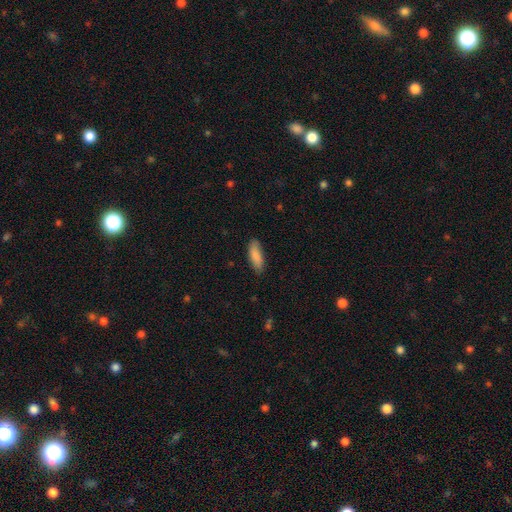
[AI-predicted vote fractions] This appears to be a smooth galaxy with no disk features (87%) that is in between round and cigar-shaped (61%). Merging: none (83%).